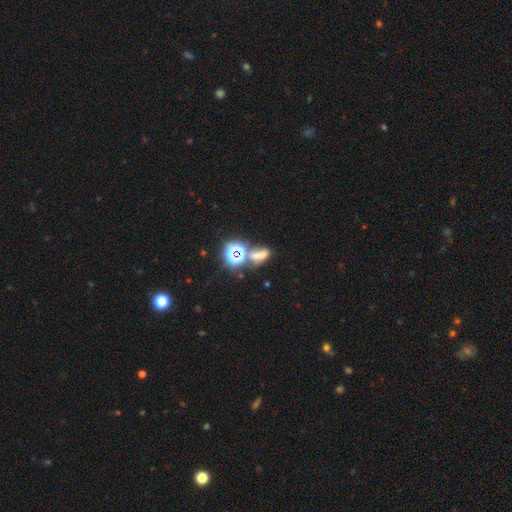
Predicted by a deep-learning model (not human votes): This appears to be a star or artifact, not a galaxy (42%).